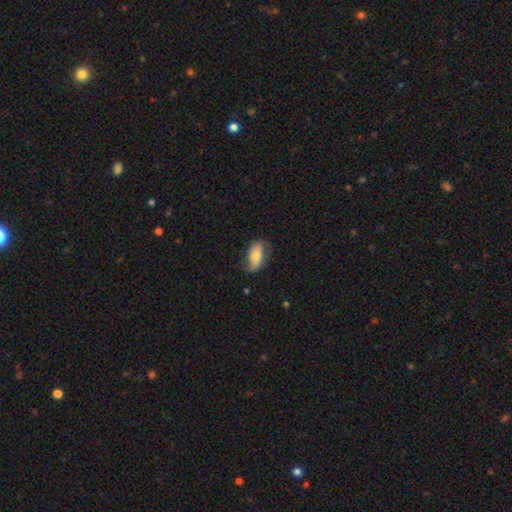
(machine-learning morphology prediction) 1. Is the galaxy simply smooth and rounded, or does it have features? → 57% smooth, 36% featured or disk, 7% star or artifact.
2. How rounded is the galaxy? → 90% in between, 5% cigar-shaped, 5% round.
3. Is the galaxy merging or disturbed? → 66% none, 25% minor disturbance, 8% major disturbance, 1% merger.